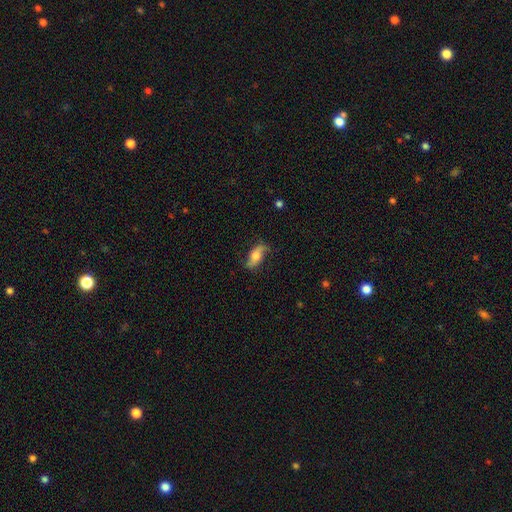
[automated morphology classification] Smooth or featured?
  - featured or disk: 51% *
  - smooth: 41%
  - star or artifact: 8%
Edge-on disk?
  - no: 84% *
  - yes: 16%
Merging?
  - none: 71% *
  - minor disturbance: 21%
  - major disturbance: 7%
  - merger: 1%